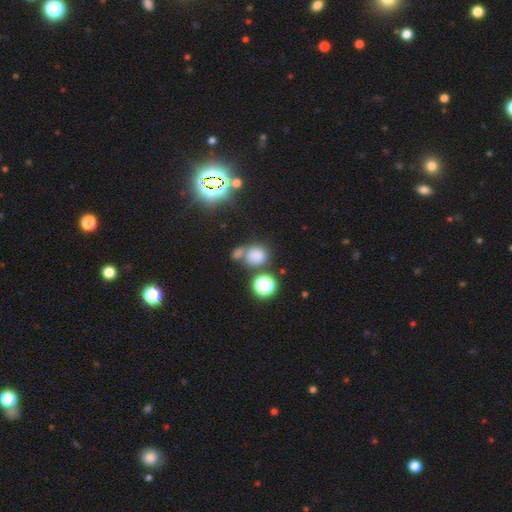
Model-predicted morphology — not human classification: Q: Smooth or featured?
A: smooth (73%); runner-up: star or artifact (19%)
Q: How rounded?
A: round (77%); runner-up: in between (21%)
Q: Merging?
A: none (49%); runner-up: merger (33%)